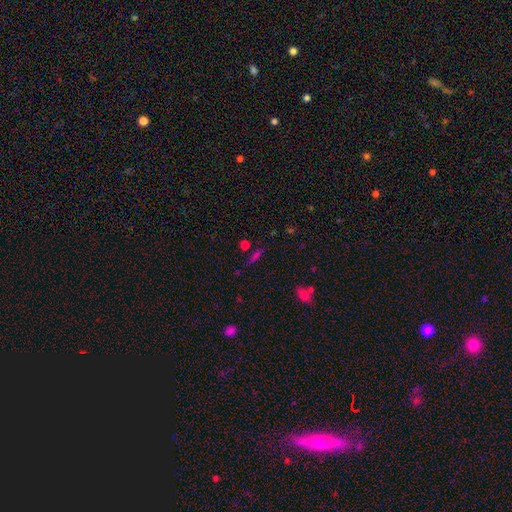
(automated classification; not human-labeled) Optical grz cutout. It shows a smooth galaxy with no disk features (58%) that is cigar-shaped (63%). Merging: none (80%).